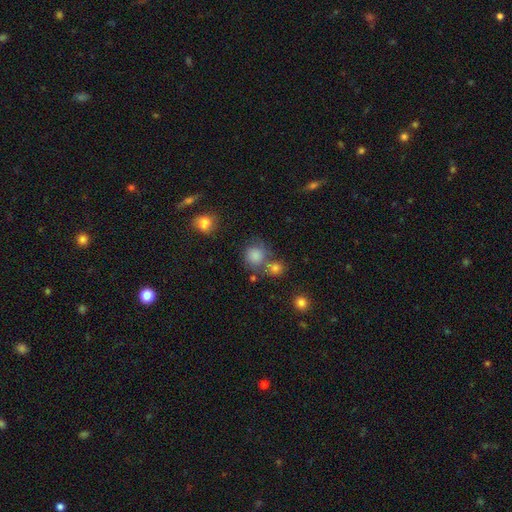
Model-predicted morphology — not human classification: Smooth or featured?
  - smooth: 81% *
  - star or artifact: 11%
  - featured or disk: 8%
How rounded?
  - round: 82% *
  - in between: 17%
  - cigar-shaped: 1%
Merging?
  - none: 51% *
  - merger: 26%
  - minor disturbance: 15%
  - major disturbance: 8%